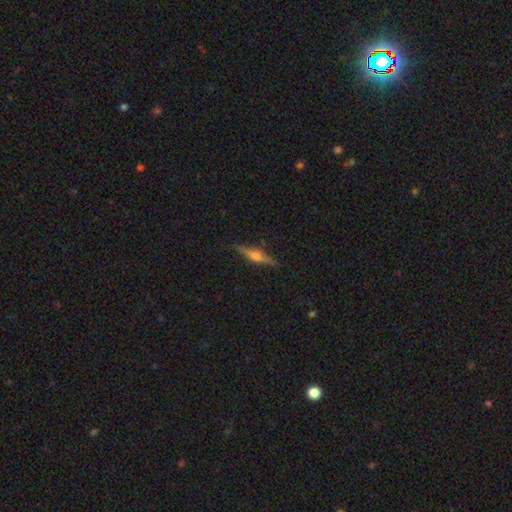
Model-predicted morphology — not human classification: Smooth or featured? featured or disk (68%)
Edge-on disk? yes (97%)
Edge-on bulge? rounded (82%)
Merging? none (86%)